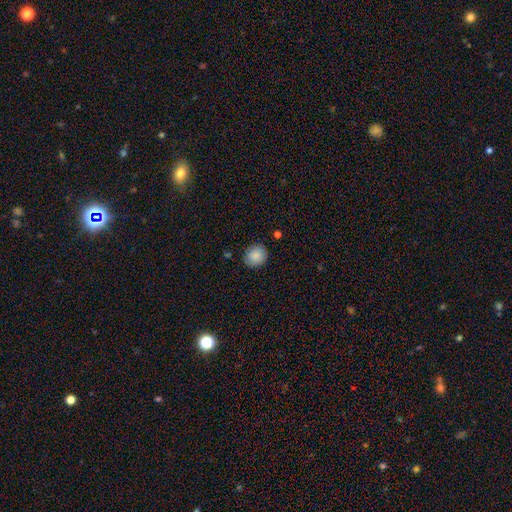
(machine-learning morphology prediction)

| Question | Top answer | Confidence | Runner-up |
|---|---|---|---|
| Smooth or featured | smooth | 86% | star or artifact (8%) |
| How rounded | round | 75% | in between (25%) |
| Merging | none | 84% | minor disturbance (12%) |